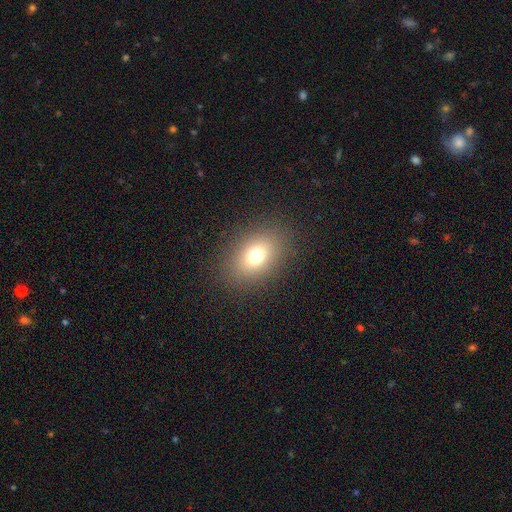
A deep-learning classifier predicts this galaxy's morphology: type=smooth (73%); roundness=in between (72%); merging=none (87%).